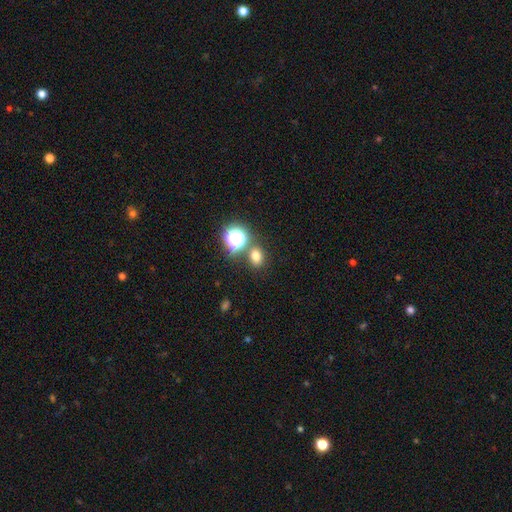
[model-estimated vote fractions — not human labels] This appears to be a smooth galaxy with no disk features (70%) that is round (53%). Merging: none (73%).